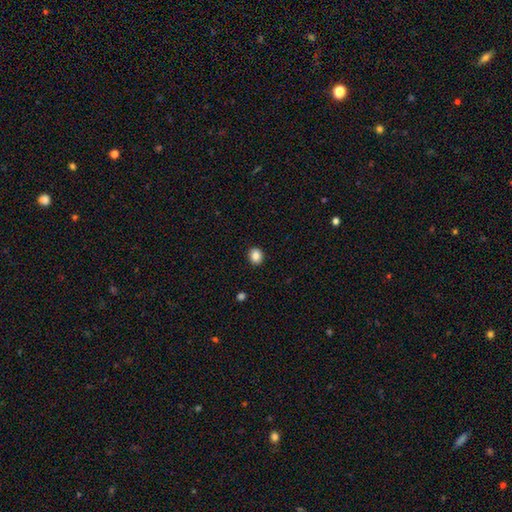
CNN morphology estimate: This appears to be a smooth galaxy with no disk features (85%) that is round (74%). Merging: none (92%).